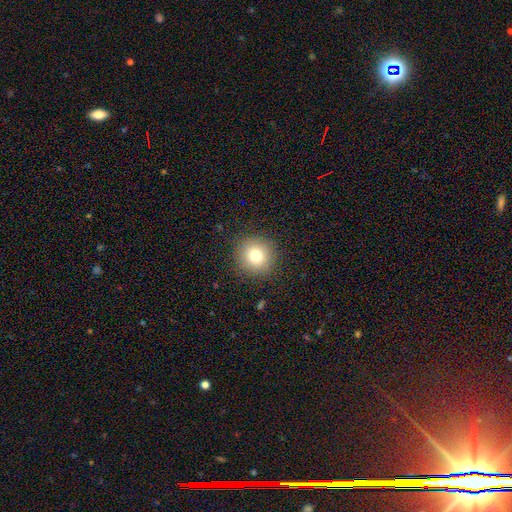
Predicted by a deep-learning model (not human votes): Smooth or featured? Predicted: smooth (p=0.77). How rounded? Predicted: round (p=0.93). Merging? Predicted: none (p=0.90).